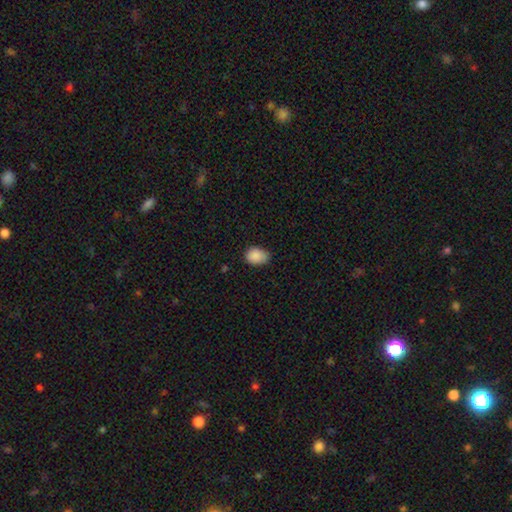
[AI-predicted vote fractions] smooth 89%, star or artifact 8%, featured or disk 3%. Down the decision tree: how rounded — in between (69%); merging — none (70%).